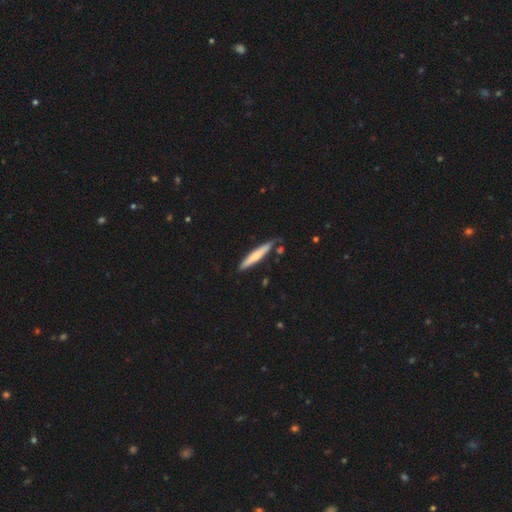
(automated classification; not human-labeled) smooth-or-featured: smooth: 59% | featured or disk: 36% | star or artifact: 5%
  how-rounded: cigar-shaped: 93% | in between: 6% | round: 1%
  merging: none: 75% | minor disturbance: 18% | merger: 4% | major disturbance: 3%